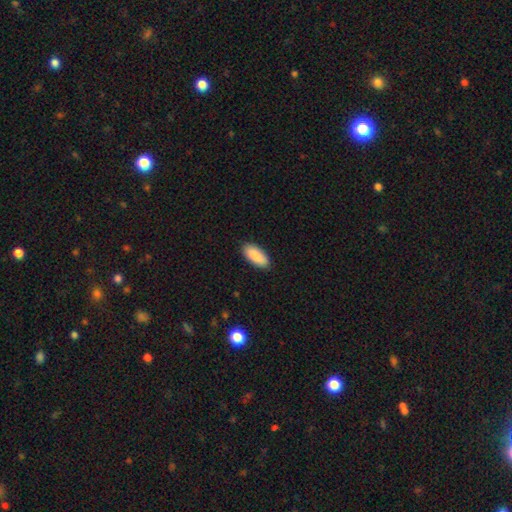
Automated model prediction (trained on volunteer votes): This appears to be a smooth galaxy with no disk features (88%) that is in between round and cigar-shaped (86%). Merging: none (89%).